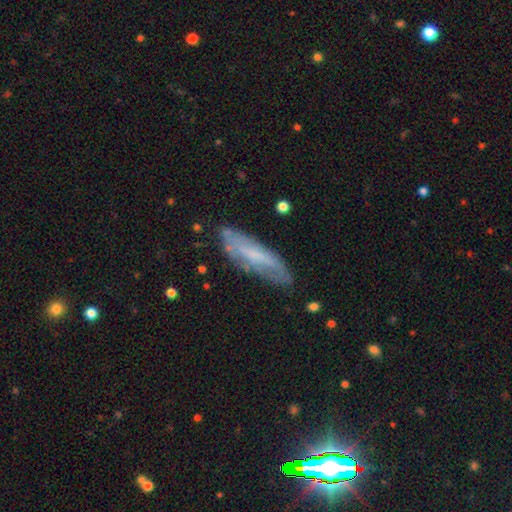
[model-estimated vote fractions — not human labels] This appears to be a smooth galaxy with no disk features (48%). Merging: none (64%).